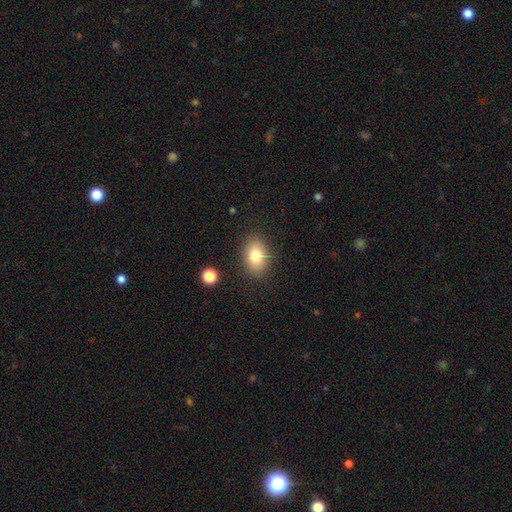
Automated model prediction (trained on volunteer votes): A smooth galaxy with no disk features (79%) that is in between round and cigar-shaped (82%). Merging: none (86%).